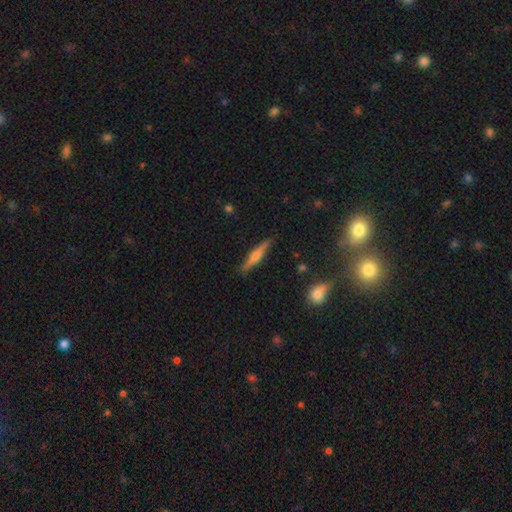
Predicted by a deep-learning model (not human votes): Smooth or featured: featured or disk — 58% (smooth — 35%)
Edge-on disk: yes — 96% (no — 4%)
Edge-on bulge: rounded — 82% (none — 9%)
Merging: none — 87% (minor disturbance — 9%)